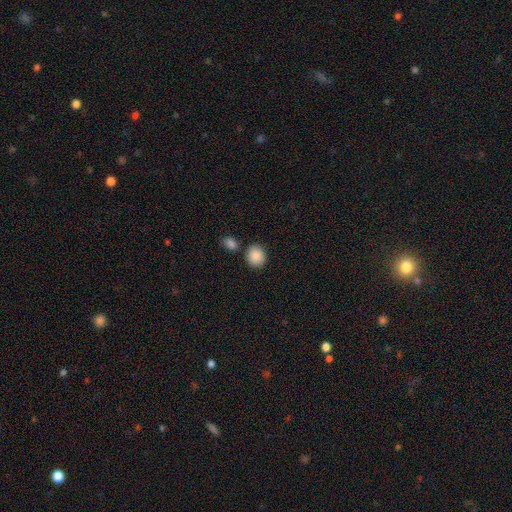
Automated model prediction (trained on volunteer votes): Smooth or featured? Predicted: smooth (p=0.89). How rounded? Predicted: round (p=0.76). Merging? Predicted: none (p=0.79).